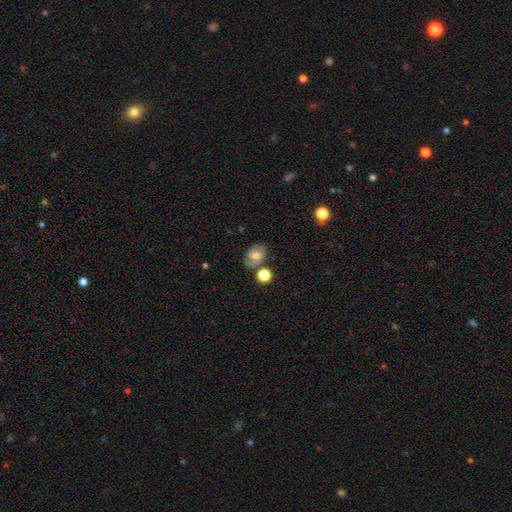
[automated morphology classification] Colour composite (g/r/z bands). It shows a smooth galaxy with no disk features (44%, tied with featured or disk). Merging: none (63%).